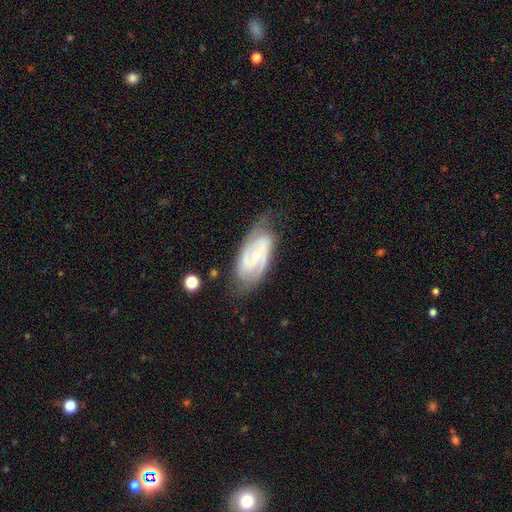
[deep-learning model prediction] This appears to be a featured or disk galaxy (87%) with no bar (43%), 2 (83%) tight (45%) spiral arms (96%) and a small central bulge (60%). Merging: none (72%).